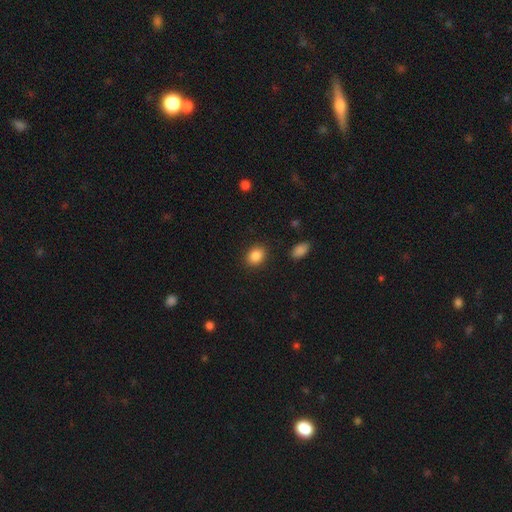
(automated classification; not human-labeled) Smooth or featured?
  - smooth: 87% *
  - star or artifact: 9%
  - featured or disk: 4%
How rounded?
  - in between: 53% *
  - round: 46%
  - cigar-shaped: 1%
Merging?
  - none: 88% *
  - minor disturbance: 8%
  - major disturbance: 3%
  - merger: 2%